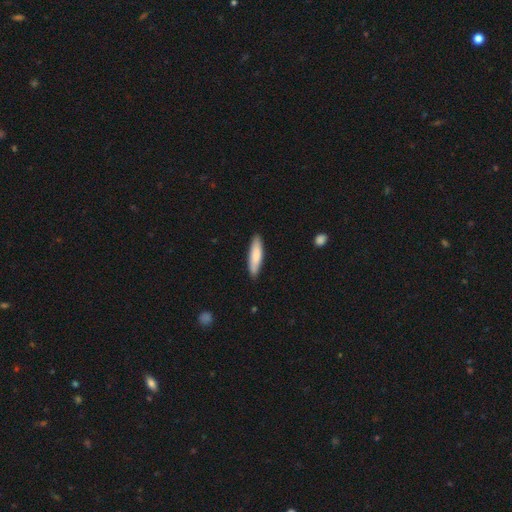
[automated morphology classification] This is clearly a smooth galaxy (82%). How rounded: likely cigar-shaped (75%). Merging: clearly none (88%).